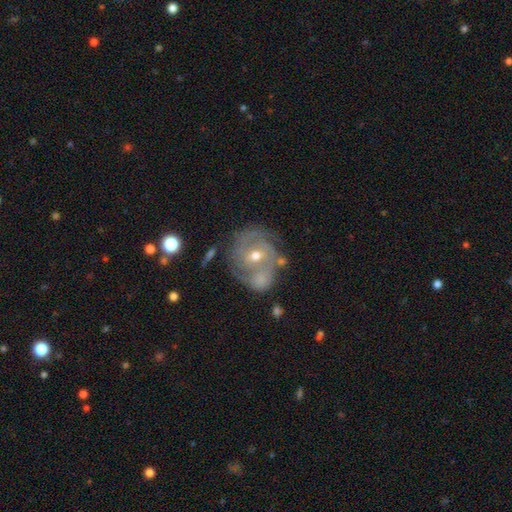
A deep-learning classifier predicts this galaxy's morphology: Smooth or featured? Predicted: featured or disk (p=0.73). Edge-on disk? Predicted: no (p=0.97). Bar? Predicted: no (p=0.54). Spiral arms? Predicted: yes (p=0.80). Spiral winding? Predicted: tight (p=0.57). Spiral arm count? Predicted: 2 (p=0.39). Bulge size? Predicted: moderate (p=0.54). Merging? Predicted: none (p=0.58).